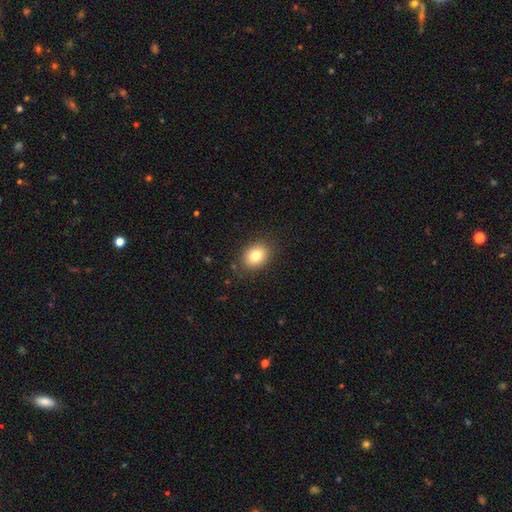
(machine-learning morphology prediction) Smooth or featured: smooth — 81% (star or artifact — 10%)
How rounded: in between — 54% (round — 45%)
Merging: none — 87% (minor disturbance — 10%)